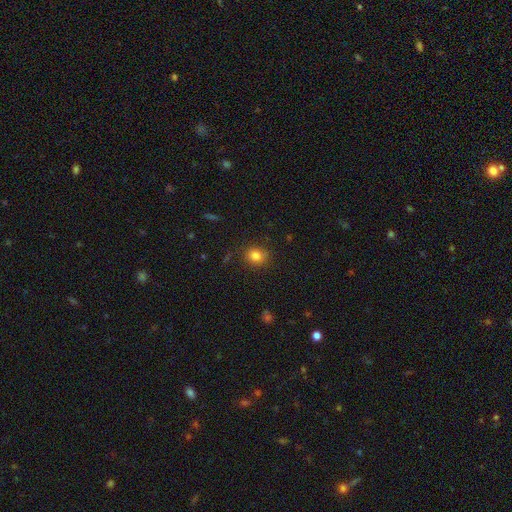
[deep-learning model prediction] smooth 83%, star or artifact 11%, featured or disk 6%. Down the decision tree: how rounded — round (74%); merging — none (84%).